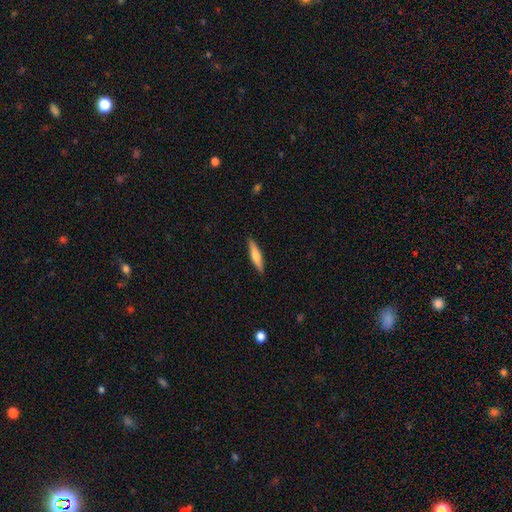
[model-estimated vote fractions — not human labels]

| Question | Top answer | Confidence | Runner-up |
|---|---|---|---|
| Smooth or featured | smooth | 65% | featured or disk (29%) |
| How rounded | cigar-shaped | 84% | in between (14%) |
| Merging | none | 89% | minor disturbance (8%) |